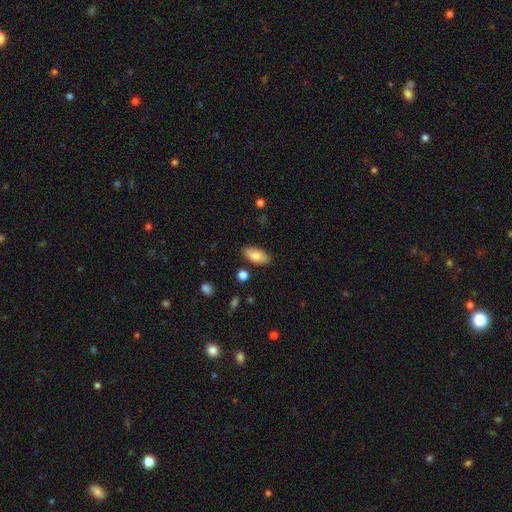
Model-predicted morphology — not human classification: type=smooth (81%); roundness=in between (89%); merging=none (84%).